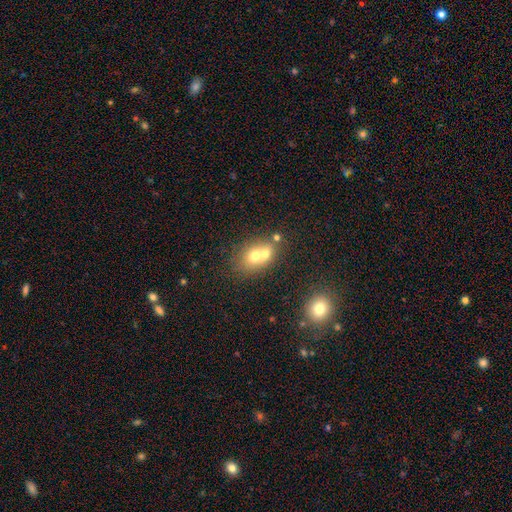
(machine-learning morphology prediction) The model was most divided on "how rounded": in between: 54%, round: 44%, cigar-shaped: 1%. More confident: smooth or featured — smooth (64%); merging — merger (59%).